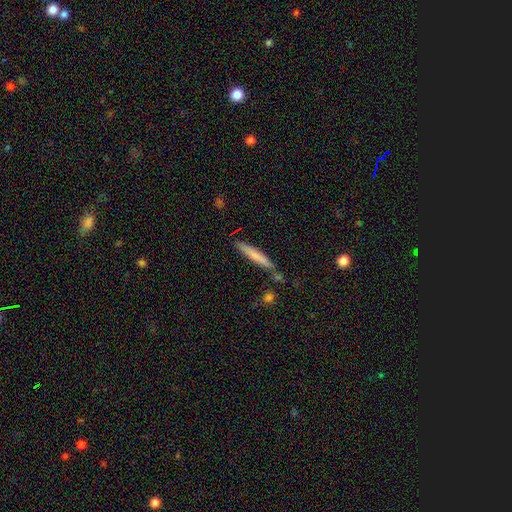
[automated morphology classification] type=smooth (71%); roundness=cigar-shaped (95%); merging=none (78%).